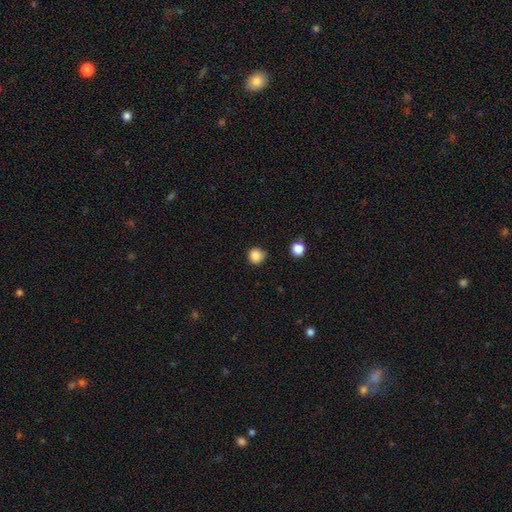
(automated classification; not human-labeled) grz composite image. It shows a smooth galaxy with no disk features (85%) that is round (92%). Merging: none (79%).